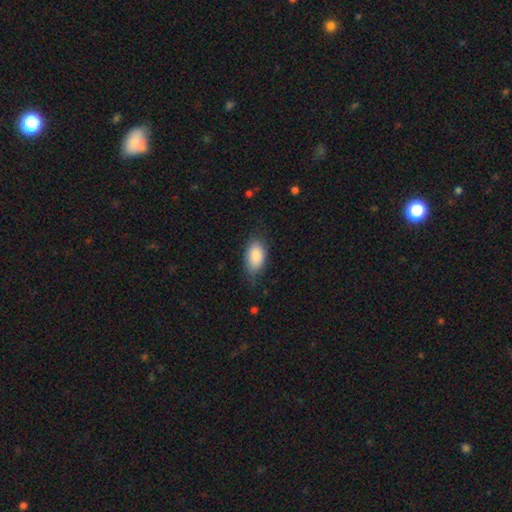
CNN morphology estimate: A smooth galaxy with no disk features (88%) that is in between round and cigar-shaped (93%). Merging: none (66%).